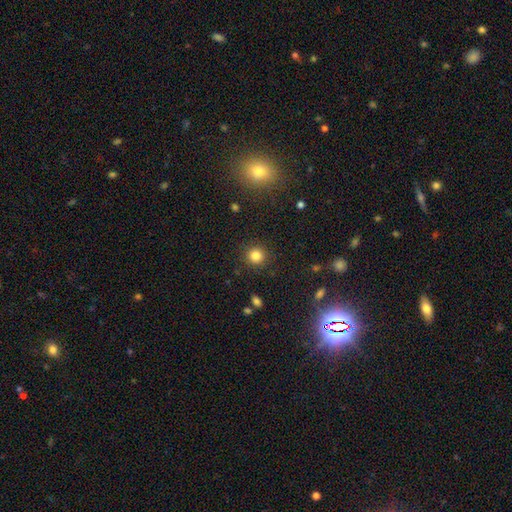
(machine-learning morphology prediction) A smooth galaxy with no disk features (83%) that is round (92%). Merging: none (90%).